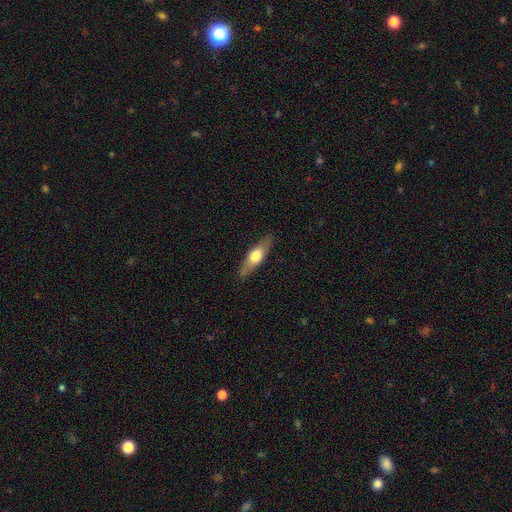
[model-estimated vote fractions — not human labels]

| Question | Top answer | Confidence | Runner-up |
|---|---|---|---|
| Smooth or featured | featured or disk | 49% | smooth (46%) |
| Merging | none | 86% | minor disturbance (10%) |